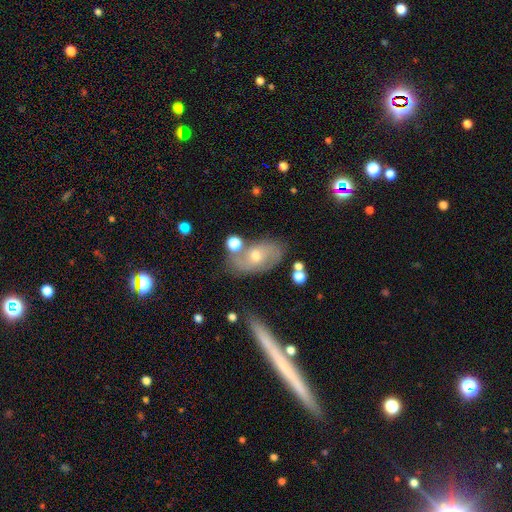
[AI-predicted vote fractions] Smooth or featured? Predicted: featured or disk (p=0.60). Edge-on disk? Predicted: no (p=0.91). Bar? Predicted: no (p=0.69). Spiral arms? Predicted: yes (p=0.74). Bulge size? Predicted: moderate (p=0.57). Merging? Predicted: none (p=0.63).